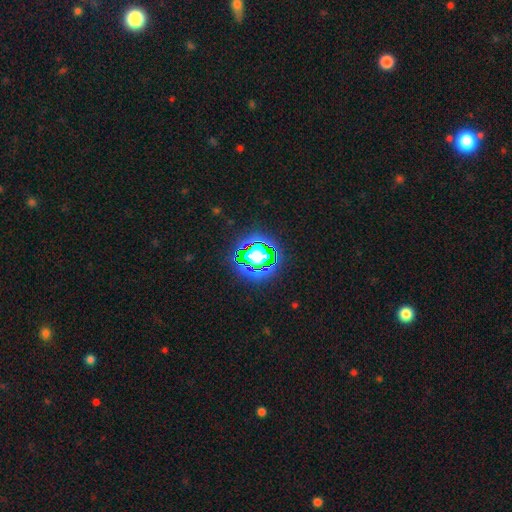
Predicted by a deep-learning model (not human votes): The model was most divided on "smooth or featured": star or artifact: 81%, smooth: 12%, featured or disk: 7%.